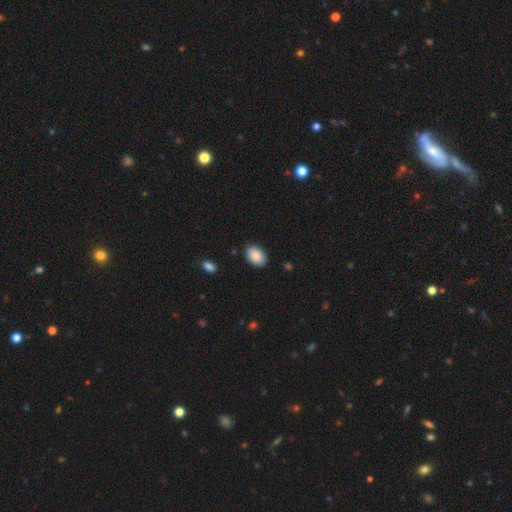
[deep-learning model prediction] Morphology: type=smooth (89%); roundness=in between (87%); merging=none (88%).